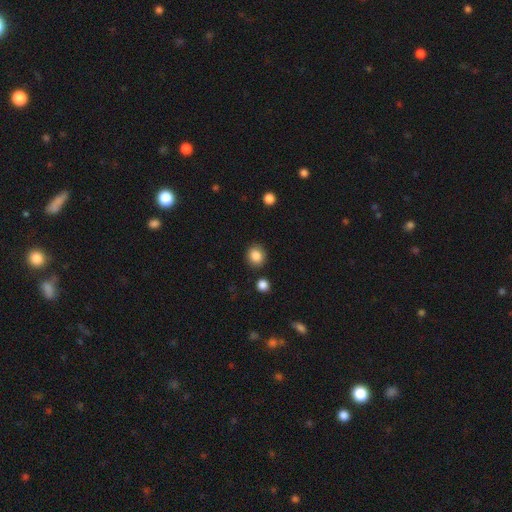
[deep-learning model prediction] Smooth or featured? Predicted: smooth (p=0.86). How rounded? Predicted: round (p=0.78). Merging? Predicted: none (p=0.87).